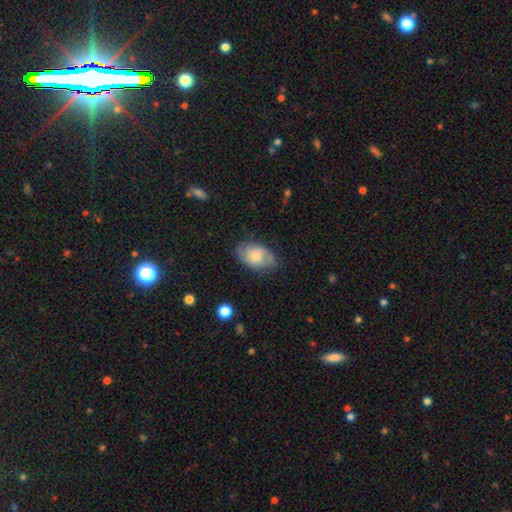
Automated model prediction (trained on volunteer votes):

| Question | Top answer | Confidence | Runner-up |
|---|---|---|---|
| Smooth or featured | smooth | 52% | featured or disk (40%) |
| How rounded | in between | 87% | round (11%) |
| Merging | none | 70% | minor disturbance (22%) |